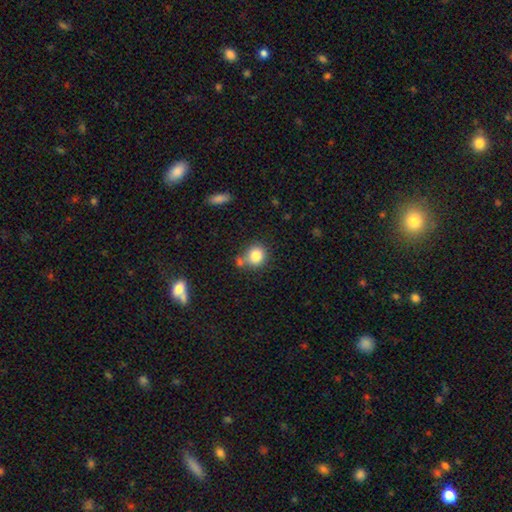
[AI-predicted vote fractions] Smooth or featured: smooth — 82% (star or artifact — 10%)
How rounded: round — 82% (in between — 17%)
Merging: none — 63% (merger — 17%)